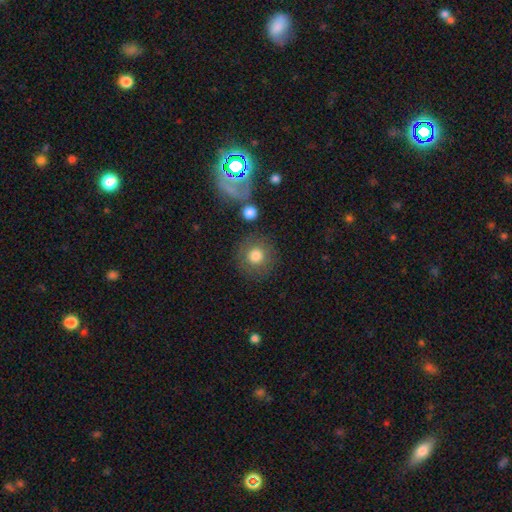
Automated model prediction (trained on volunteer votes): Smooth or featured? smooth (79%)
How rounded? round (93%)
Merging? none (81%)